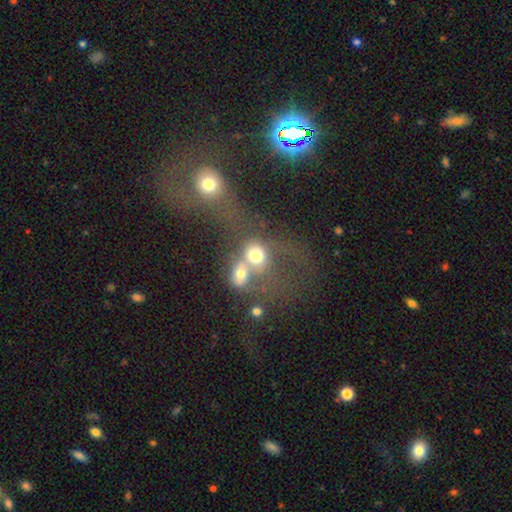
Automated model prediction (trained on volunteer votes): Smooth or featured? Predicted: smooth (p=0.62). How rounded? Predicted: round (p=0.62). Merging? Predicted: merger (p=0.65).